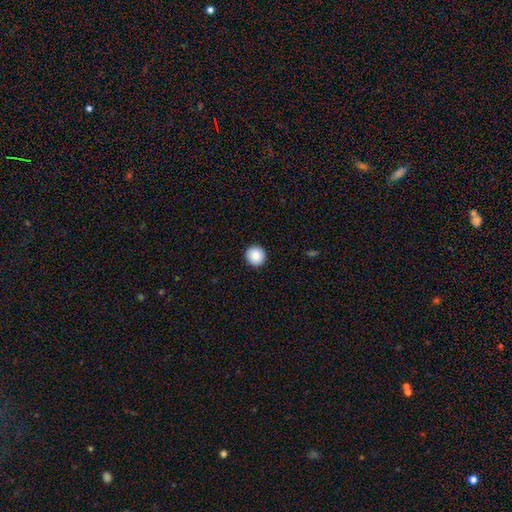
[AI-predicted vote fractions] Morphology: type=smooth (88%); roundness=round (93%); merging=none (93%).